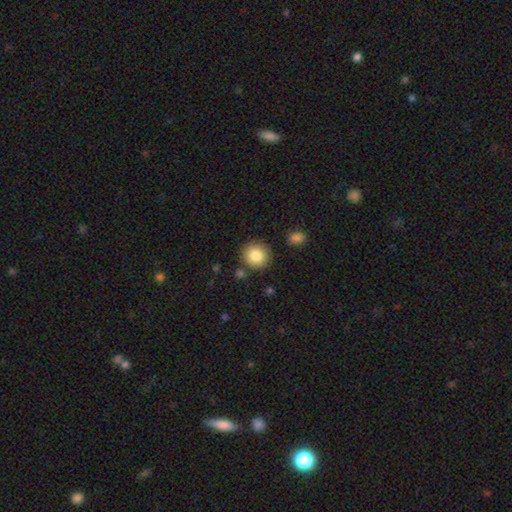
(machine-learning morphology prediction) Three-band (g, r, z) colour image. It shows a smooth galaxy with no disk features (85%) that is round (89%). Merging: none (85%).